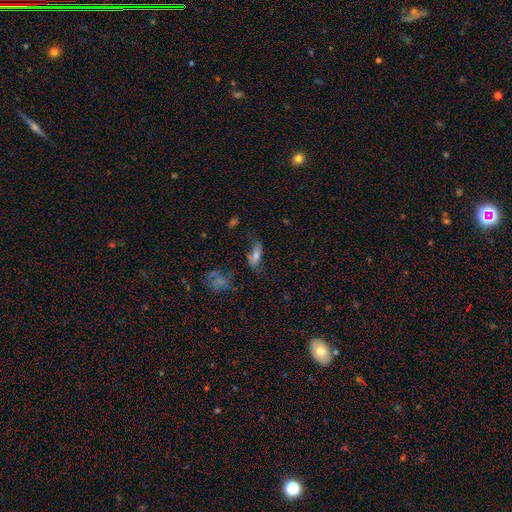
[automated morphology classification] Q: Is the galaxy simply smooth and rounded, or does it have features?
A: smooth — 66%.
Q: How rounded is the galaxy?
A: in between — 76%.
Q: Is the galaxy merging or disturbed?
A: none — 48%.